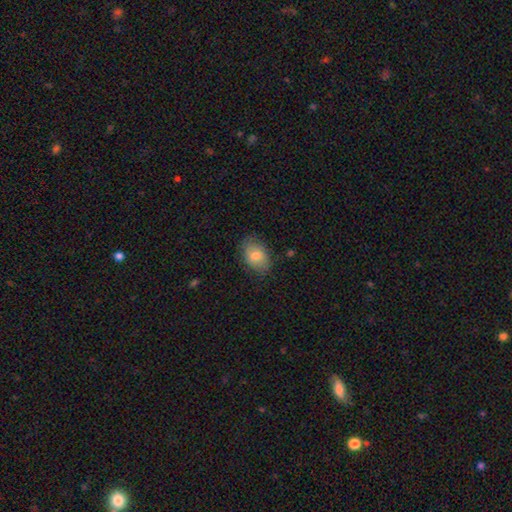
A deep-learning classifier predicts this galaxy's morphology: Overall: smooth (77%). How rounded: in between (82%). Merging: none (79%).